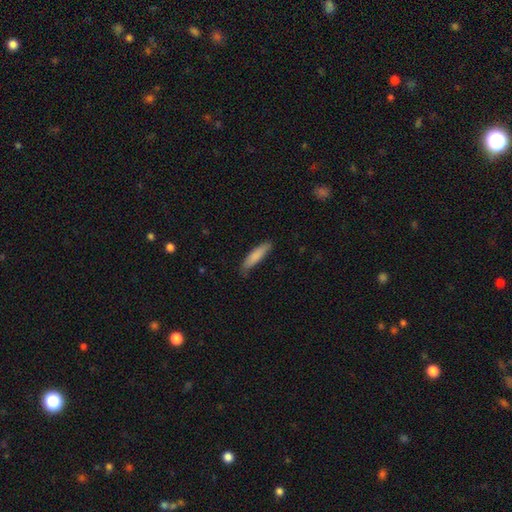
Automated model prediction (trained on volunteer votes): smooth_or_featured: smooth (p=0.84) [alt: featured or disk p=0.11]
how_rounded: cigar-shaped (p=0.76) [alt: in between p=0.22]
merging: none (p=0.79) [alt: minor disturbance p=0.17]